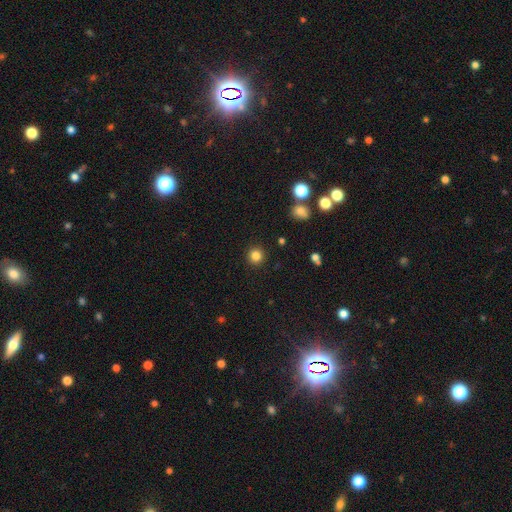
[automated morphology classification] This appears to be a smooth galaxy with no disk features (84%) that is round (94%). Merging: none (92%).